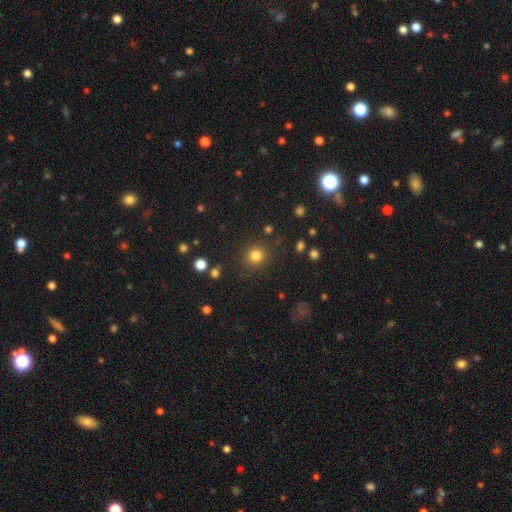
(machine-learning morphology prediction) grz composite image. It shows a smooth galaxy with no disk features (82%) that is round (91%). Merging: none (86%).